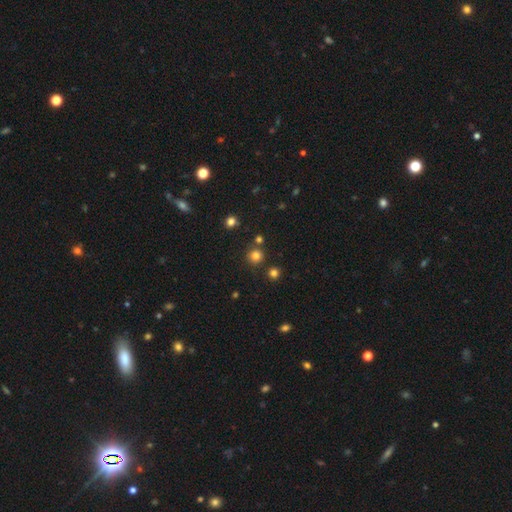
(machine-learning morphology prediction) smooth-or-featured: smooth: 79% | star or artifact: 16% | featured or disk: 5%
  how-rounded: round: 94% | in between: 5% | cigar-shaped: 1%
  merging: none: 84% | merger: 7% | minor disturbance: 7% | major disturbance: 2%